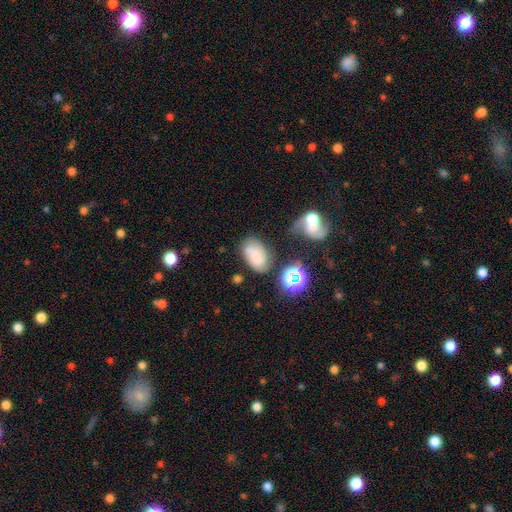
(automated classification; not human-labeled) Q: Smooth or featured?
A: smooth (51%); runner-up: featured or disk (34%)
Q: How rounded?
A: in between (85%); runner-up: round (13%)
Q: Merging?
A: none (56%); runner-up: minor disturbance (23%)